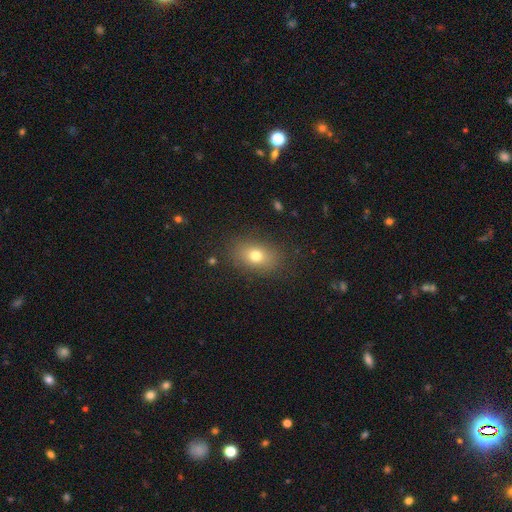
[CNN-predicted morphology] Smooth or featured?
  - smooth: 75% *
  - featured or disk: 13%
  - star or artifact: 12%
How rounded?
  - in between: 77% *
  - round: 21%
  - cigar-shaped: 2%
Merging?
  - none: 83% *
  - minor disturbance: 11%
  - major disturbance: 4%
  - merger: 1%